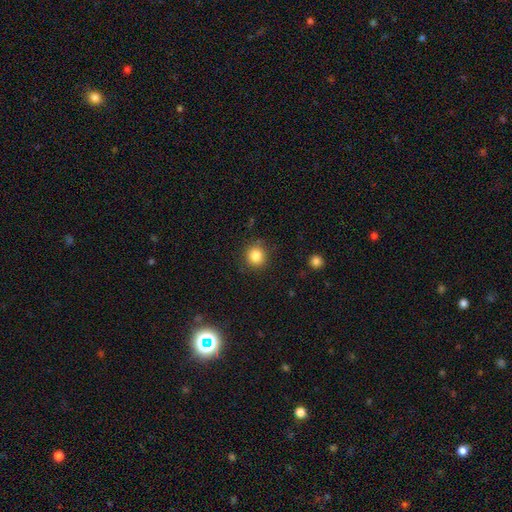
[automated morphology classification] A smooth galaxy with no disk features (84%) that is round (90%).

Vote fractions:
- Smooth or featured? smooth: 84% / star or artifact: 11% / featured or disk: 5%
- How rounded? round: 90% / in between: 9% / cigar-shaped: 1%
- Merging? none: 88% / minor disturbance: 8% / major disturbance: 3% / merger: 1%